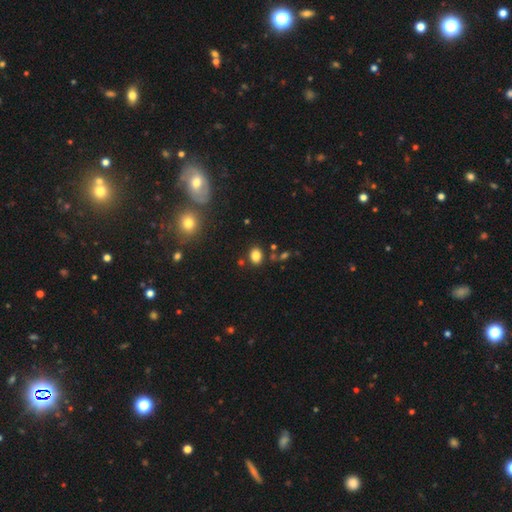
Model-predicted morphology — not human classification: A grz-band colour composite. It shows a smooth galaxy with no disk features (83%) that is in between round and cigar-shaped (60%). Merging: none (82%).